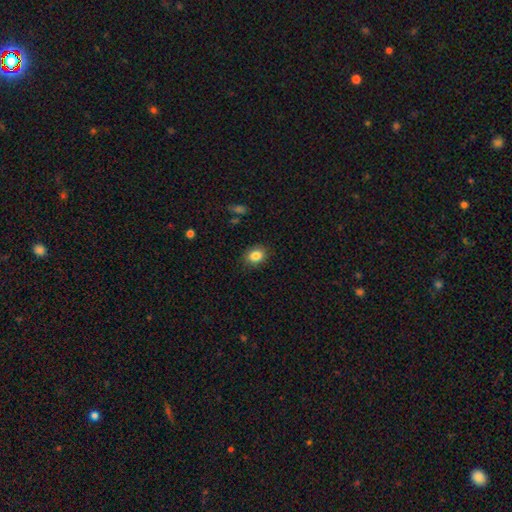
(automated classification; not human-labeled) Morphology: type=smooth (85%); roundness=in between (61%); merging=none (87%).